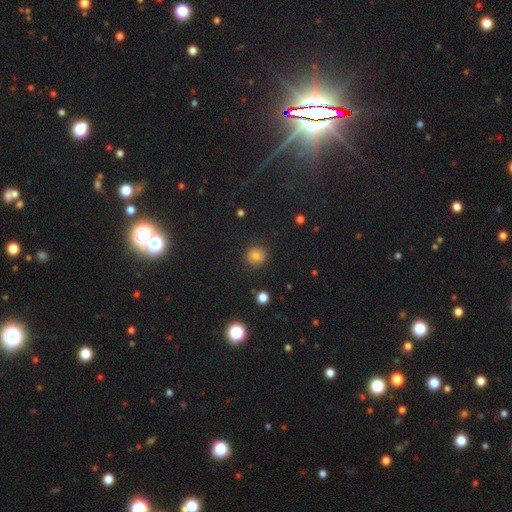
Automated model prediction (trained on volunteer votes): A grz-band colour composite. It shows a smooth galaxy with no disk features (73%) that is round (91%). Merging: none (88%).